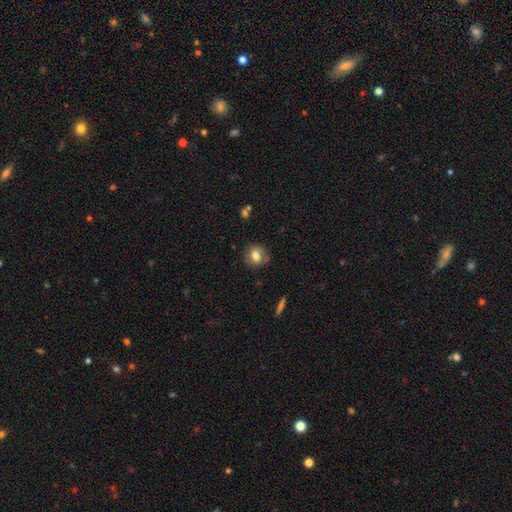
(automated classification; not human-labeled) A smooth galaxy with no disk features (74%) that is round (77%). Merging: none (82%).